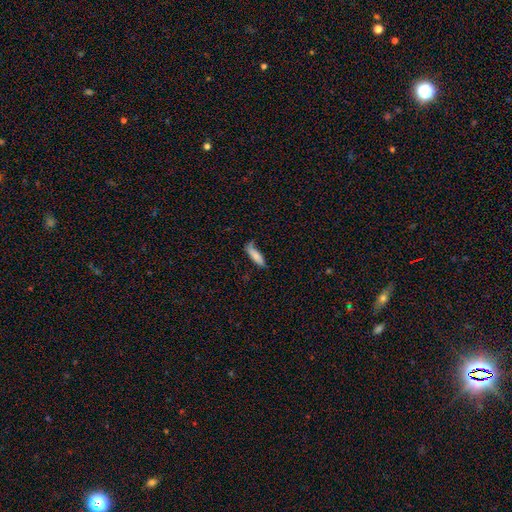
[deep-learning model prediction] This appears to be a smooth galaxy with no disk features (79%) that is cigar-shaped (64%). Merging: none (58%).